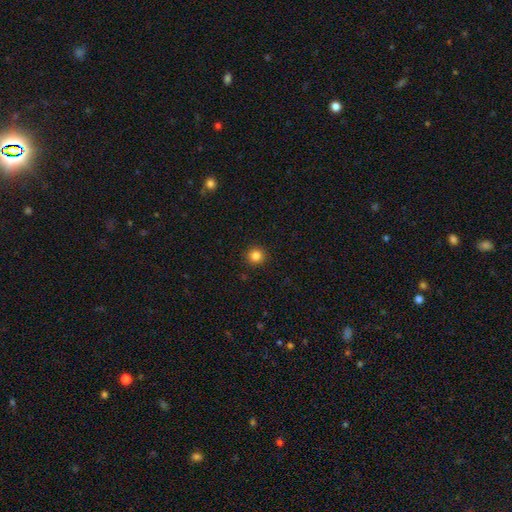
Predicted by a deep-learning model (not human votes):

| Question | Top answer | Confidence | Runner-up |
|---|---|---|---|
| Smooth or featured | smooth | 84% | star or artifact (12%) |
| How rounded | round | 95% | in between (4%) |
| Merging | none | 93% | minor disturbance (5%) |